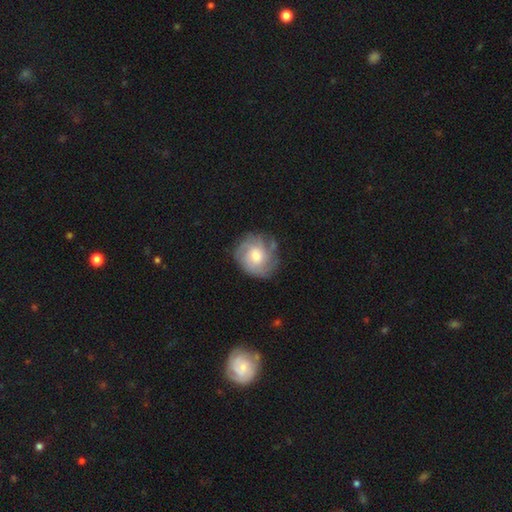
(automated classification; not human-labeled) Overall: featured or disk (65%; smooth 27%). Edge-on disk: no (97%). Bar: no (67%; weak 29%). Spiral arms: yes (90%). Spiral arm count: can't tell (43%; 3 19%). Spiral winding: tight (62%; medium 29%). Bulge size: moderate (63%). Merging: none (76%).